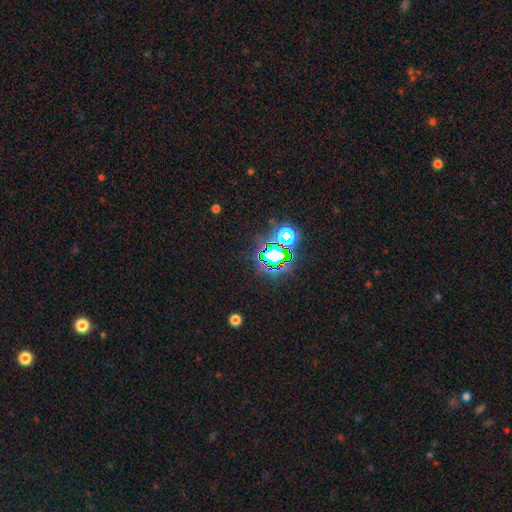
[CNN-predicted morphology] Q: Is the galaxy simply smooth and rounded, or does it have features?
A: star or artifact — 79%.